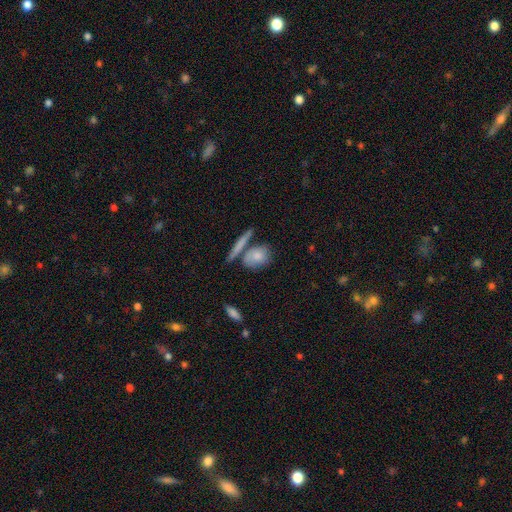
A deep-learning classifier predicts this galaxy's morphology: A smooth galaxy with no disk features (76%) that is in between round and cigar-shaped (53%). Merging: none (56%).